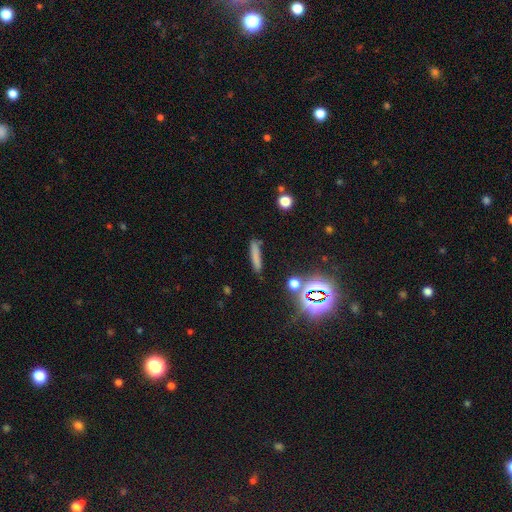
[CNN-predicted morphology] type=smooth (70%); roundness=cigar-shaped (89%); merging=none (80%).